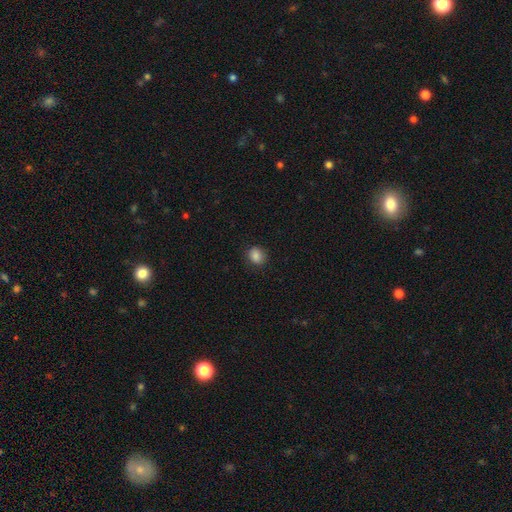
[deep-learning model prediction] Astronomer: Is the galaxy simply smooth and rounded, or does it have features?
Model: smooth — 85%.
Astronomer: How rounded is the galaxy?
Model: round — 67%.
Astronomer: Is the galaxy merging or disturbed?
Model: none — 86%.